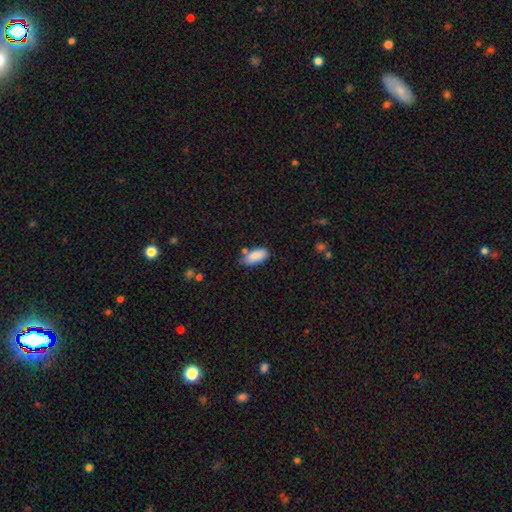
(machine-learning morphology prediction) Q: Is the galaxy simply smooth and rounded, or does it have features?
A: smooth — 88%.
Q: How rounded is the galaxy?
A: in between — 90%.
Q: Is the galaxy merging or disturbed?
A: none — 68%.